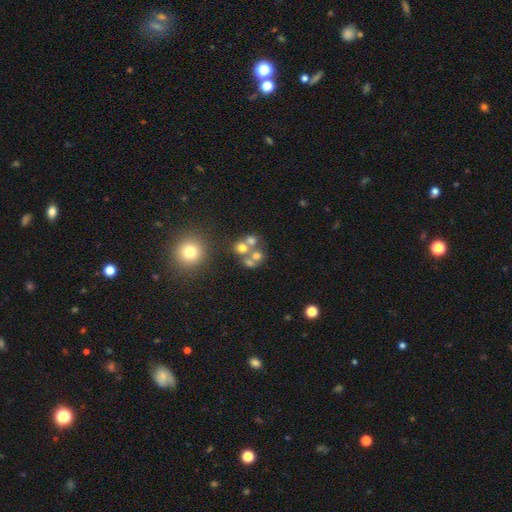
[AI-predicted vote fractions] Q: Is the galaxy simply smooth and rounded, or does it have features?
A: star or artifact — 44%.